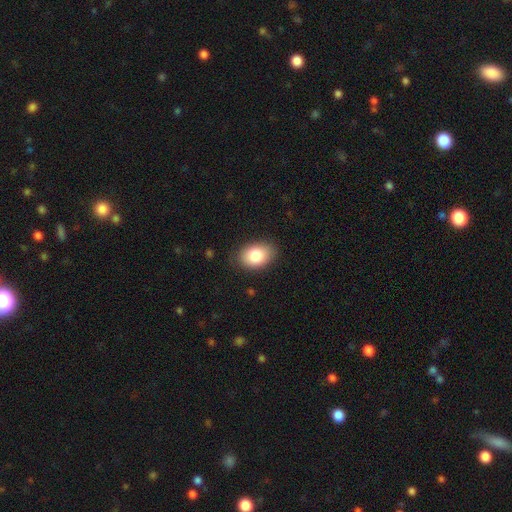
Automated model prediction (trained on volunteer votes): Smooth or featured? Predicted: smooth (p=0.83). How rounded? Predicted: in between (p=0.82). Merging? Predicted: none (p=0.83).